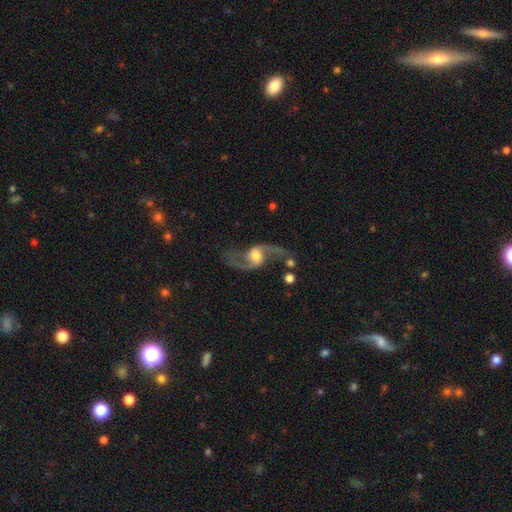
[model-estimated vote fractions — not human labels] This appears to be a featured or disk galaxy (90%) with no bar (48%), 2 (94%) loose (80%) spiral arms (96%) and a moderate central bulge (60%). Merging: none (70%).